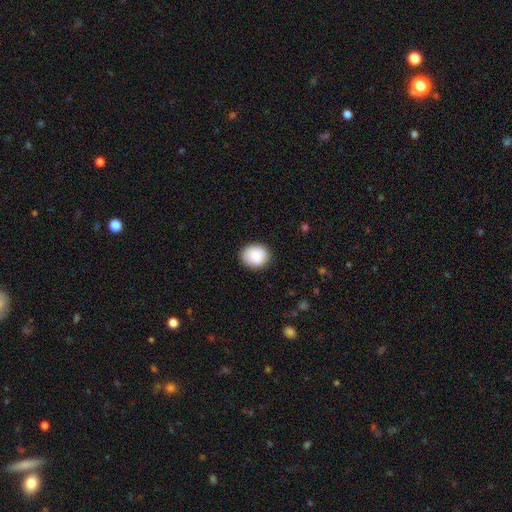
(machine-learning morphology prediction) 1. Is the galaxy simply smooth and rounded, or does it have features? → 87% smooth, 7% star or artifact, 6% featured or disk.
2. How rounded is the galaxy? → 67% round, 33% in between, 1% cigar-shaped.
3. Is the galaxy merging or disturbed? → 87% none, 9% minor disturbance, 2% major disturbance, 1% merger.